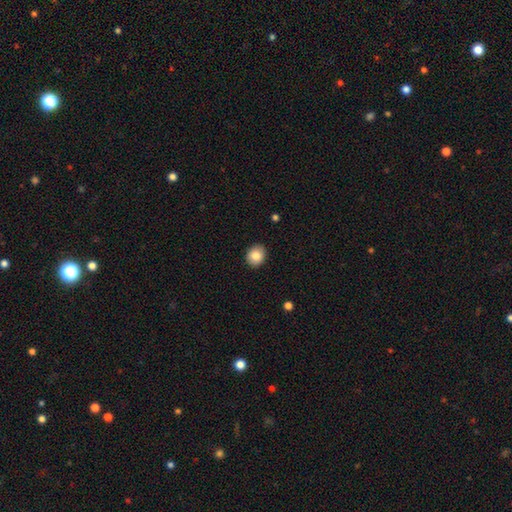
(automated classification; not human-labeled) smooth 84%, star or artifact 9%, featured or disk 7%. Down the decision tree: how rounded — round (66%); merging — none (90%).